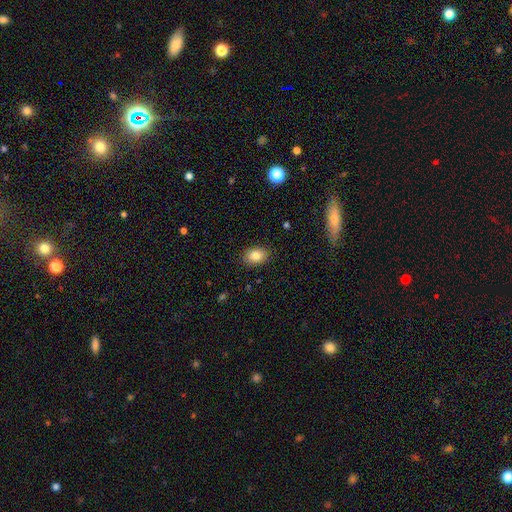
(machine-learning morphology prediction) A smooth galaxy with no disk features (83%) that is in between round and cigar-shaped (75%).

Vote fractions:
- Smooth or featured? smooth: 83% / star or artifact: 9% / featured or disk: 8%
- How rounded? in between: 75% / round: 24% / cigar-shaped: 1%
- Merging? none: 88% / minor disturbance: 9% / major disturbance: 2% / merger: 1%